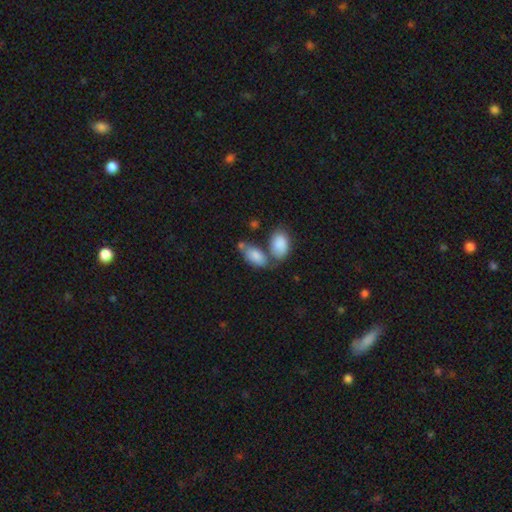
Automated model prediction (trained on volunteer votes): Morphology: type=smooth (83%); roundness=in between (93%); merging=merger (41%).